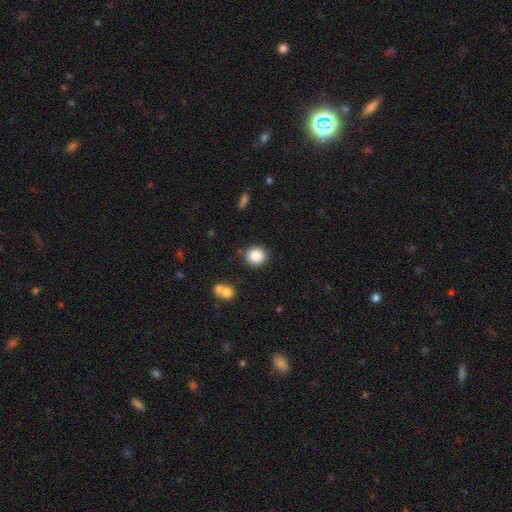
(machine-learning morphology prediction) The model was most divided on "merging": none: 84%, minor disturbance: 9%, merger: 4%, major disturbance: 3%. More confident: how rounded — round (88%); smooth or featured — smooth (87%).